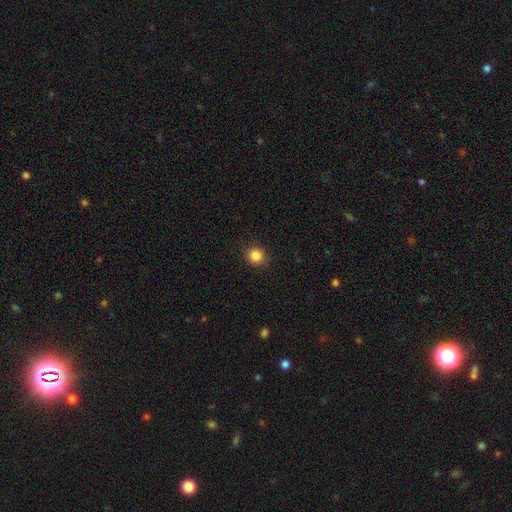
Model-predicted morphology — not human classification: smooth_or_featured: smooth (p=0.86) [alt: star or artifact p=0.11]
how_rounded: round (p=0.90) [alt: in between p=0.09]
merging: none (p=0.91) [alt: minor disturbance p=0.06]